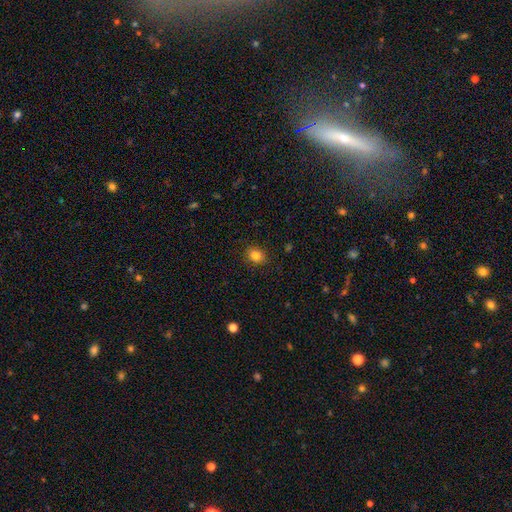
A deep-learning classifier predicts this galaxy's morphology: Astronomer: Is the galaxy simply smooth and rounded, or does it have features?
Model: smooth — 83%.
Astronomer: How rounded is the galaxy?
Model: round — 56% (runner-up: in between, 43%).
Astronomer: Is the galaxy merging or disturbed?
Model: none — 88%.